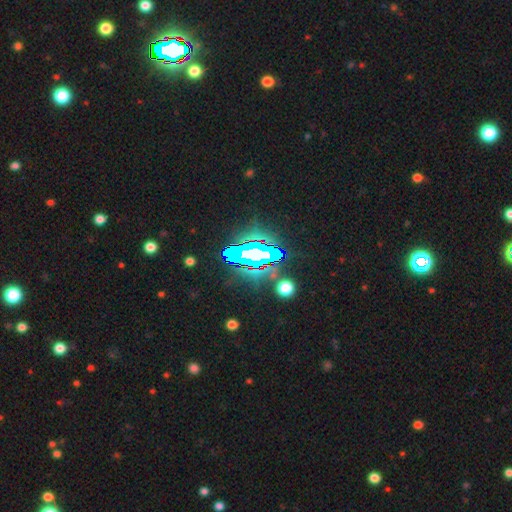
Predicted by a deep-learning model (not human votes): Smooth or featured? Predicted: star or artifact (p=0.82).